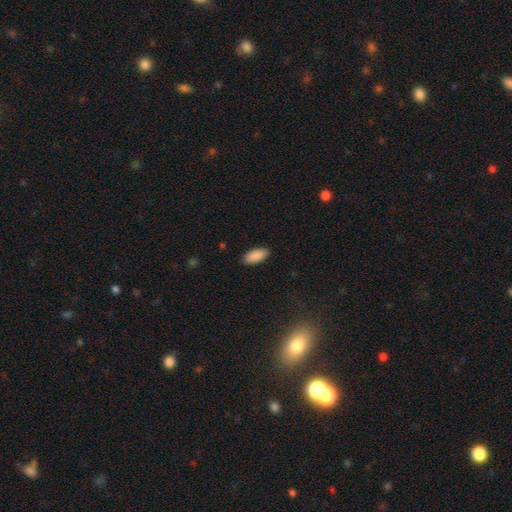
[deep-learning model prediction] smooth_or_featured: smooth (p=0.90) [alt: star or artifact p=0.06]
how_rounded: in between (p=0.91) [alt: cigar-shaped p=0.07]
merging: none (p=0.89) [alt: minor disturbance p=0.08]